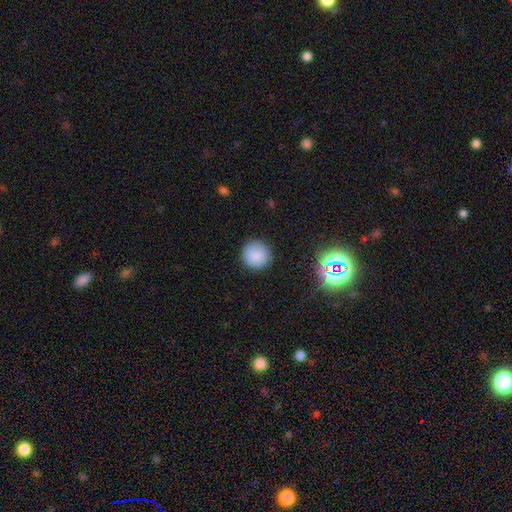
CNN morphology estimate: Overall: smooth (84%). How rounded: round (95%). Merging: none (89%).